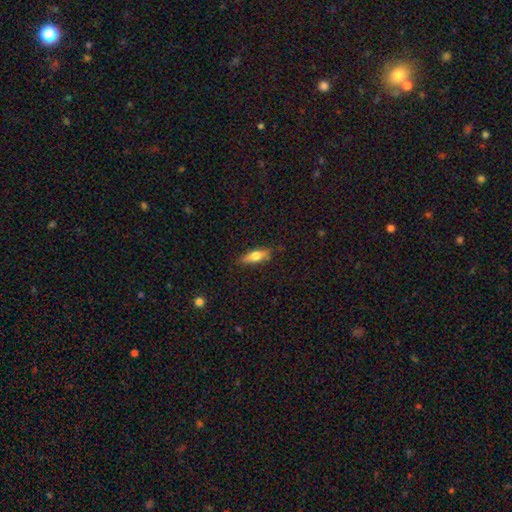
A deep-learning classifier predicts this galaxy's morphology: This appears to be a smooth galaxy with no disk features (65%) that is in between round and cigar-shaped (53%). Merging: none (81%).